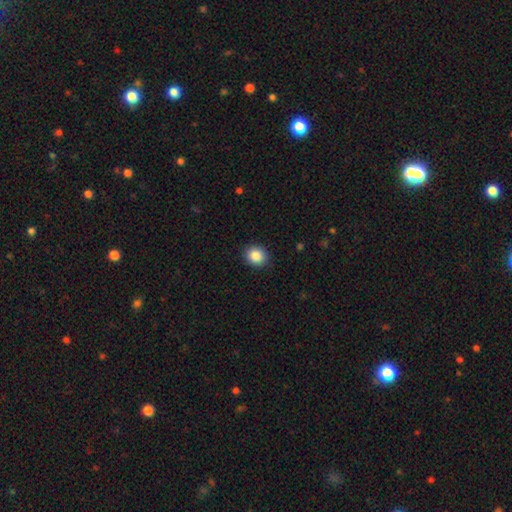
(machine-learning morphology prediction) Smooth or featured? smooth (87%)
How rounded? round (74%)
Merging? none (90%)